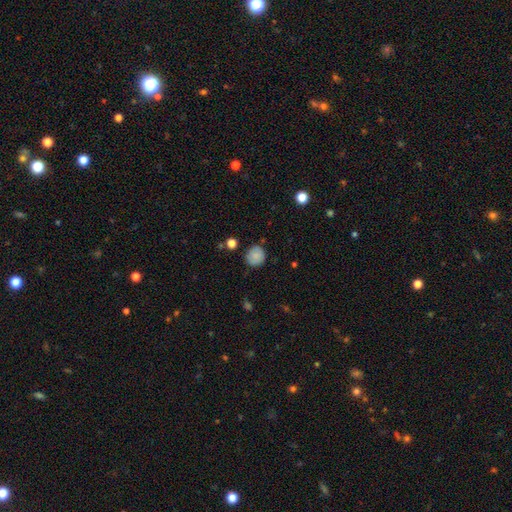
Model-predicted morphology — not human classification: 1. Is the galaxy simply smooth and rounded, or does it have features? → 82% smooth, 10% featured or disk, 9% star or artifact.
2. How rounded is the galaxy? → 87% round, 12% in between, 1% cigar-shaped.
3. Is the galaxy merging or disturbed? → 80% none, 15% minor disturbance, 3% major disturbance, 2% merger.